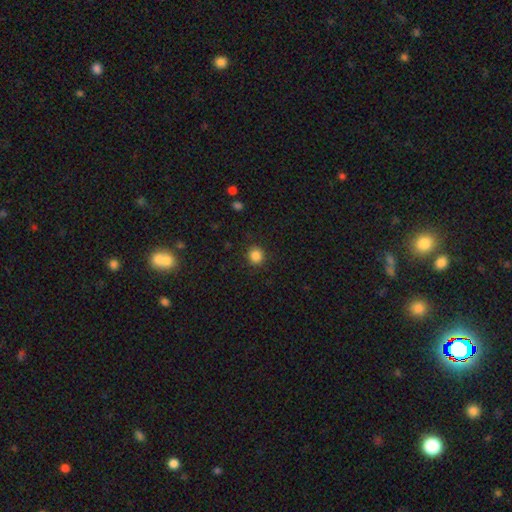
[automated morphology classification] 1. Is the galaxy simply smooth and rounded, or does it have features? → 86% smooth, 11% star or artifact, 3% featured or disk.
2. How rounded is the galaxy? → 92% round, 7% in between, 1% cigar-shaped.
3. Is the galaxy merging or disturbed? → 90% none, 7% minor disturbance, 2% major disturbance, 1% merger.